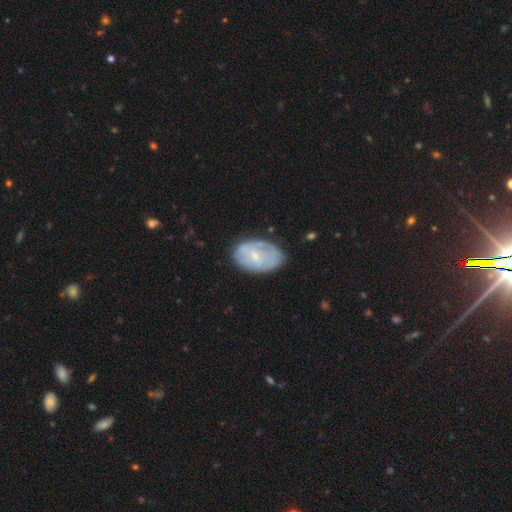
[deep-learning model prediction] This appears to be a featured or disk galaxy (50%). Merging: none (68%).